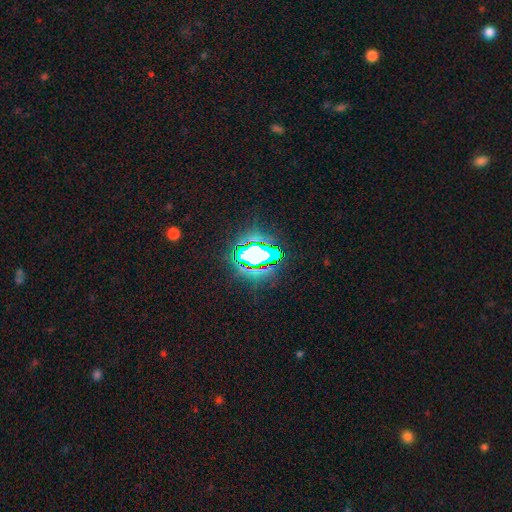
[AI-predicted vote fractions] Smooth or featured: star or artifact — 63% (smooth — 22%)